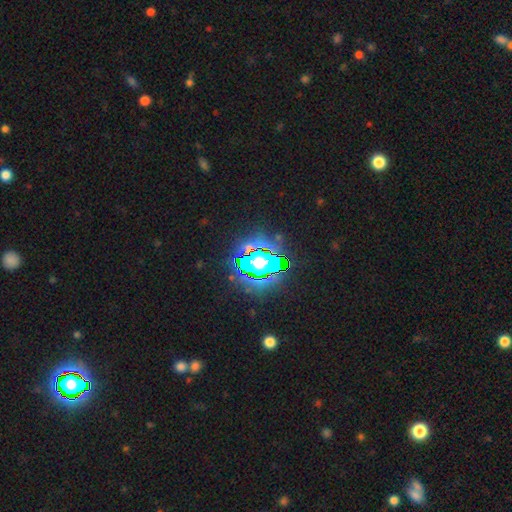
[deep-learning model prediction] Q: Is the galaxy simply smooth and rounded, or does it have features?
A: star or artifact — 82%.